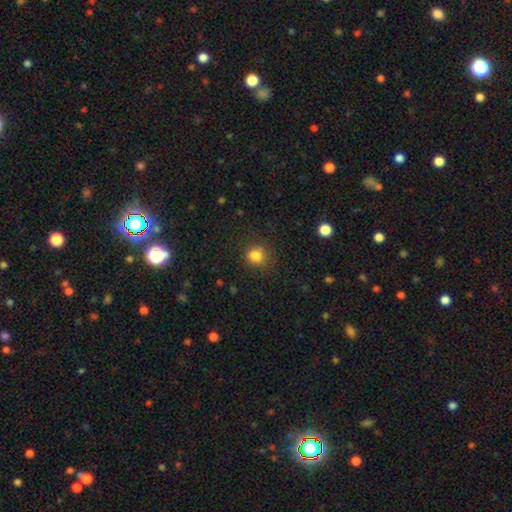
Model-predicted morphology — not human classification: The model was most divided on "how rounded": round: 82%, in between: 17%, cigar-shaped: 1%. More confident: smooth or featured — smooth (83%); merging — none (80%).